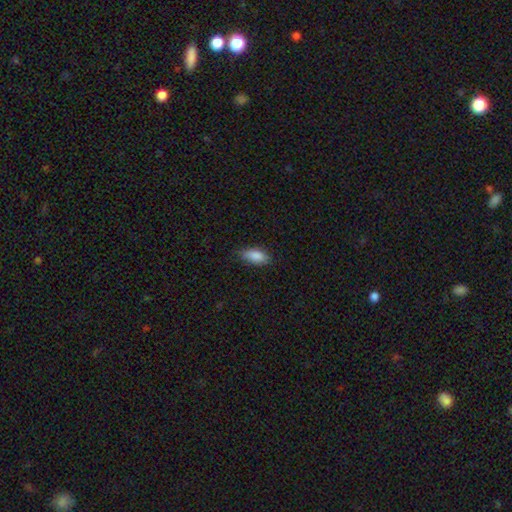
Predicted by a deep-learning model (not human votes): Smooth or featured?
  - smooth: 87% *
  - star or artifact: 7%
  - featured or disk: 6%
How rounded?
  - in between: 87% *
  - cigar-shaped: 11%
  - round: 3%
Merging?
  - none: 78% *
  - minor disturbance: 18%
  - major disturbance: 3%
  - merger: 1%